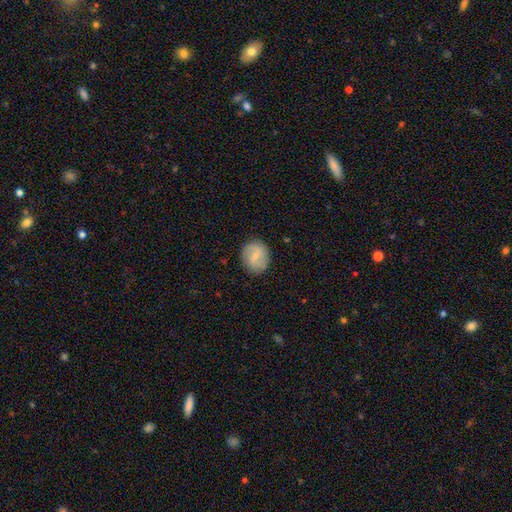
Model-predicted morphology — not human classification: Smooth or featured? Predicted: featured or disk (p=0.47). Merging? Predicted: none (p=0.84).